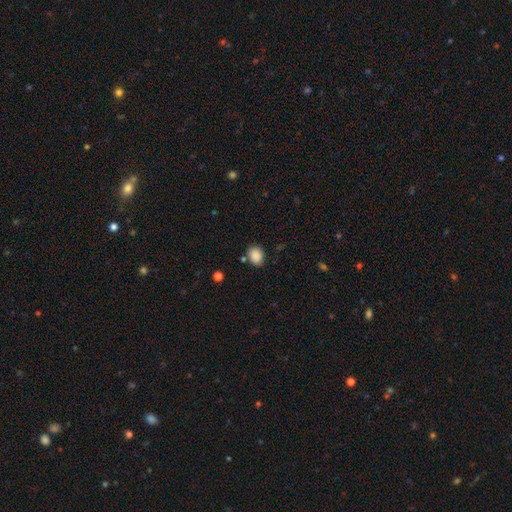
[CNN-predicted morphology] Overall: smooth (87%). How rounded: in between (58%; round 41%). Merging: none (75%).